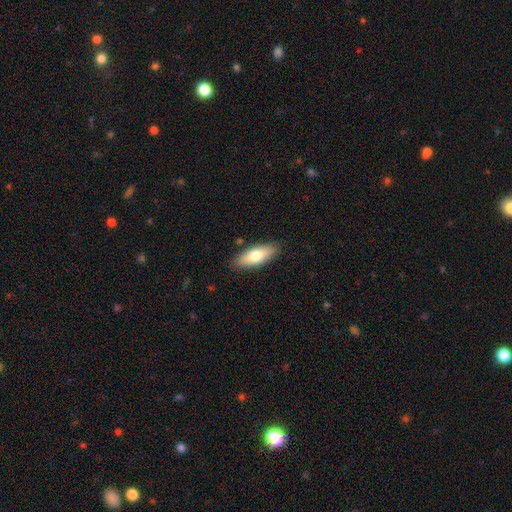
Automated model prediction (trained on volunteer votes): Q: Smooth or featured?
A: smooth (69%); runner-up: featured or disk (25%)
Q: How rounded?
A: in between (69%); runner-up: cigar-shaped (28%)
Q: Merging?
A: none (87%); runner-up: minor disturbance (10%)